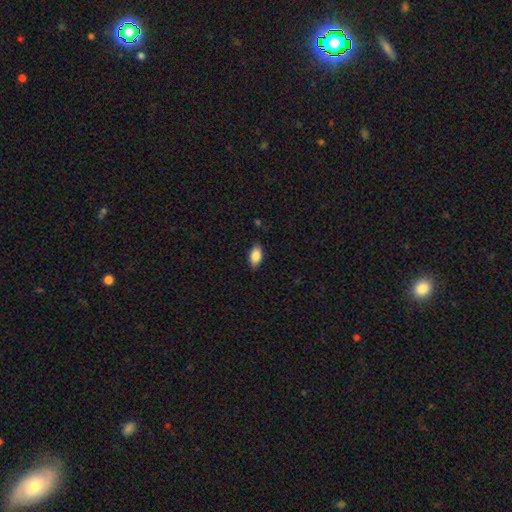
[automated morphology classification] Overall: smooth (86%). How rounded: in between (92%). Merging: none (85%).